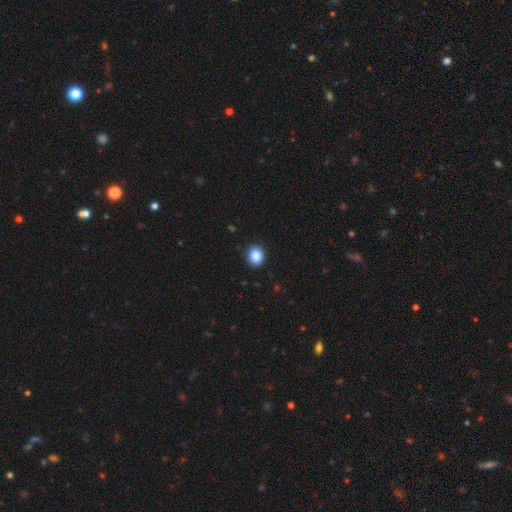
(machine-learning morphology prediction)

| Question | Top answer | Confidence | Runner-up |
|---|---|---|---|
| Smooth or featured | smooth | 87% | star or artifact (9%) |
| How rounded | round | 68% | in between (31%) |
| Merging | none | 91% | minor disturbance (7%) |